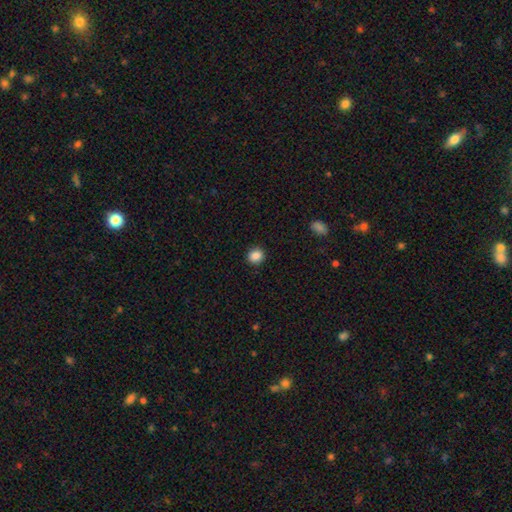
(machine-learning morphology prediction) This is clearly a smooth galaxy (87%). How rounded: clearly round (84%). Merging: clearly none (91%).